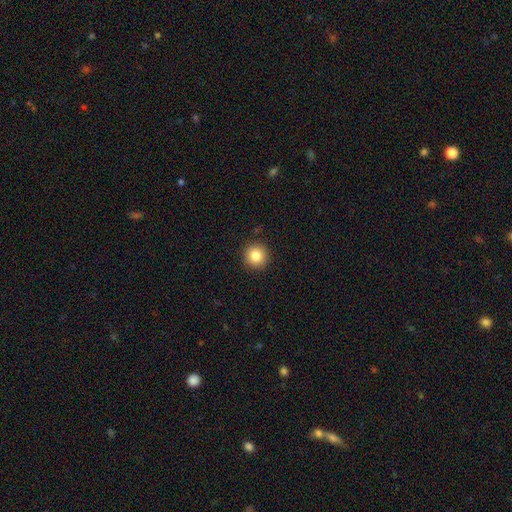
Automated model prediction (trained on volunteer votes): A smooth galaxy with no disk features (85%) that is round (94%). Merging: none (92%).